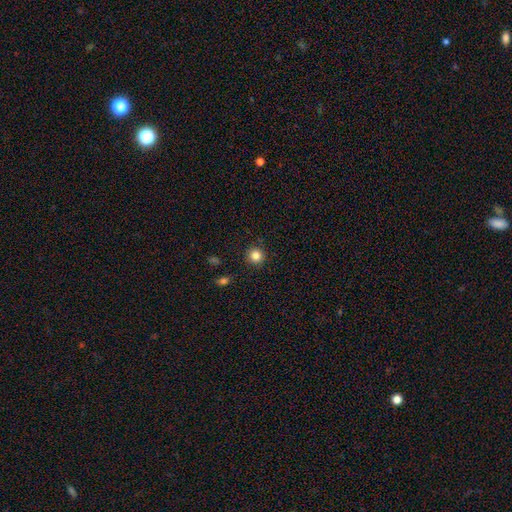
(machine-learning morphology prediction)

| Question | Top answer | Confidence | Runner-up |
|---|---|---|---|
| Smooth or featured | smooth | 84% | star or artifact (11%) |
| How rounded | round | 94% | in between (5%) |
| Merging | none | 91% | minor disturbance (6%) |